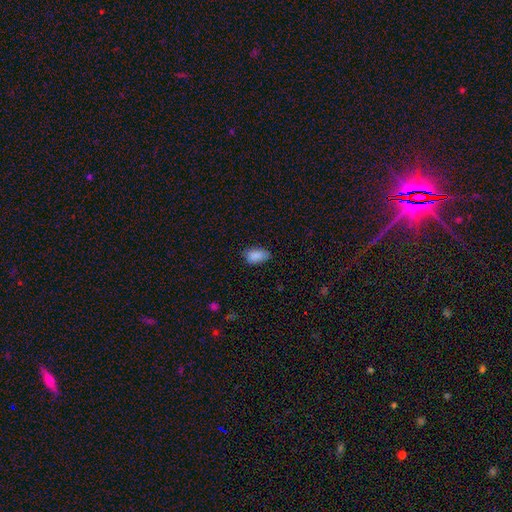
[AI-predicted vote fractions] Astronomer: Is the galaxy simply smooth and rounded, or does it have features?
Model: smooth — 88%.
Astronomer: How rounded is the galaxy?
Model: in between — 91%.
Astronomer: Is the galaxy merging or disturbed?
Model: none — 70%.